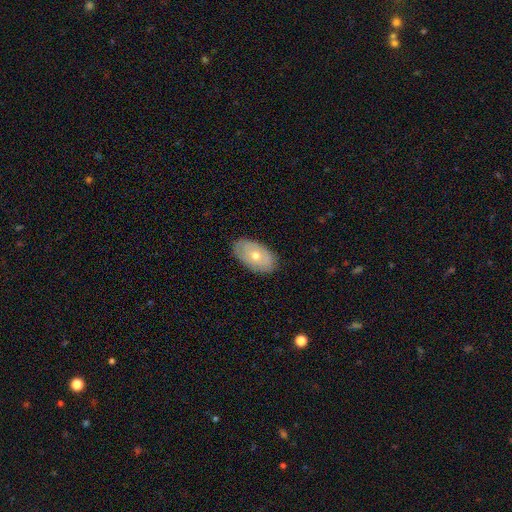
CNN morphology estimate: smooth 53%, featured or disk 40%, star or artifact 7%. Down the decision tree: how rounded — in between (92%); merging — none (84%).